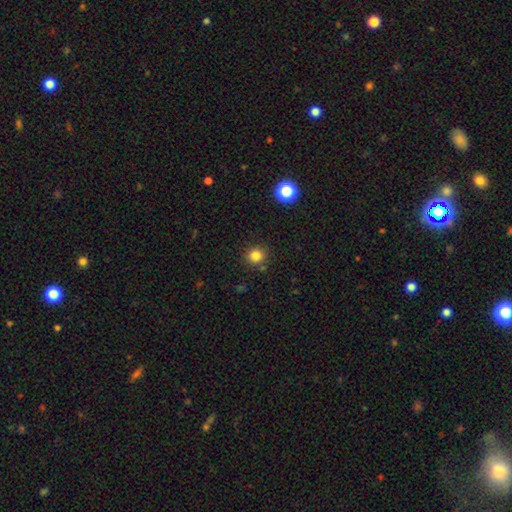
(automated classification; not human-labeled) Morphology: type=smooth (82%); roundness=round (91%); merging=none (87%).